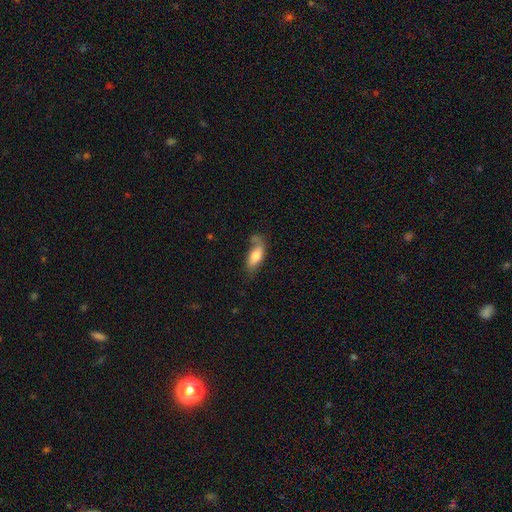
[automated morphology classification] smooth-or-featured: smooth: 68% | featured or disk: 25% | star or artifact: 7%
  how-rounded: in between: 81% | cigar-shaped: 16% | round: 3%
  merging: none: 46% | minor disturbance: 29% | major disturbance: 17% | merger: 7%